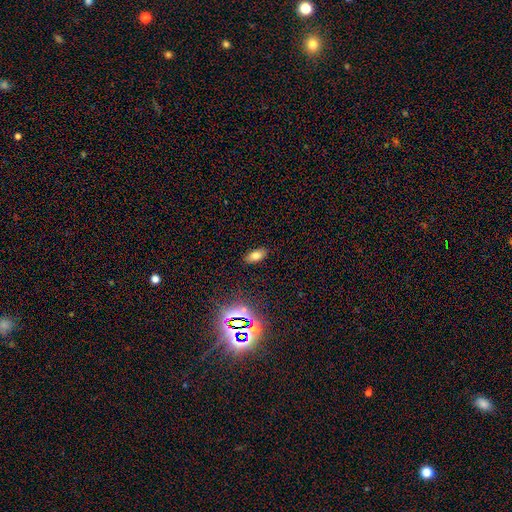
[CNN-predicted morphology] Q: Smooth or featured?
A: smooth (74%); runner-up: star or artifact (16%)
Q: How rounded?
A: in between (89%); runner-up: cigar-shaped (6%)
Q: Merging?
A: none (88%); runner-up: minor disturbance (9%)